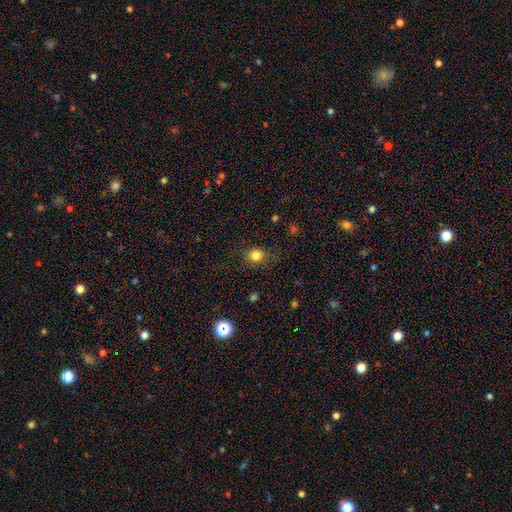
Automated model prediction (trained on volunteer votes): This is clearly a smooth galaxy (81%). How rounded: likely round (78%). Merging: clearly none (80%).